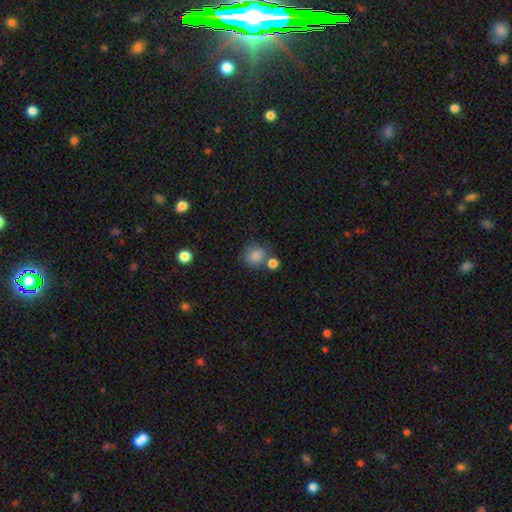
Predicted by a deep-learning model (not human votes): Smooth or featured? smooth (85%)
How rounded? round (85%)
Merging? none (60%)